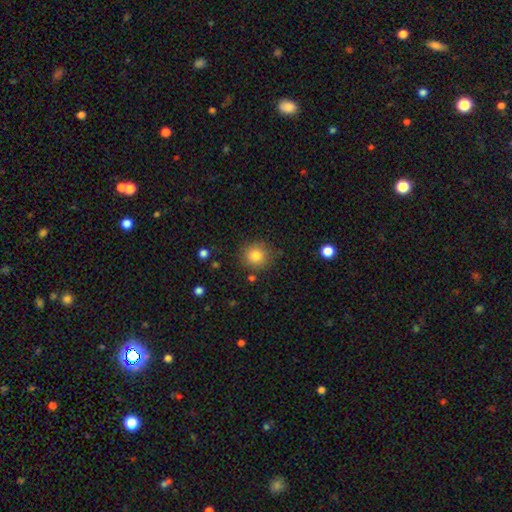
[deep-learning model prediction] Smooth or featured? Predicted: smooth (p=0.82). How rounded? Predicted: round (p=0.91). Merging? Predicted: none (p=0.84).